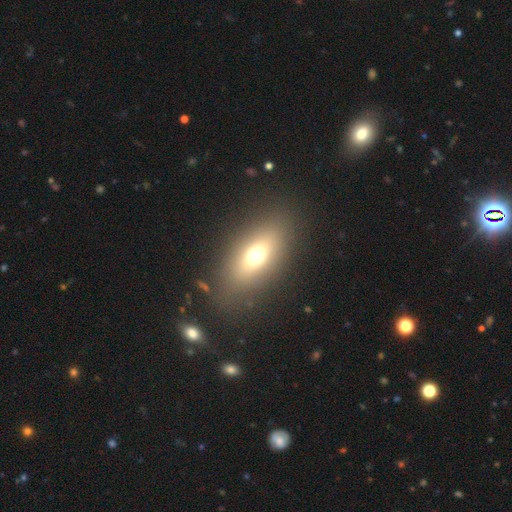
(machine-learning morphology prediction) smooth 65%, featured or disk 23%, star or artifact 12%. Down the decision tree: how rounded — in between (78%); merging — none (83%).